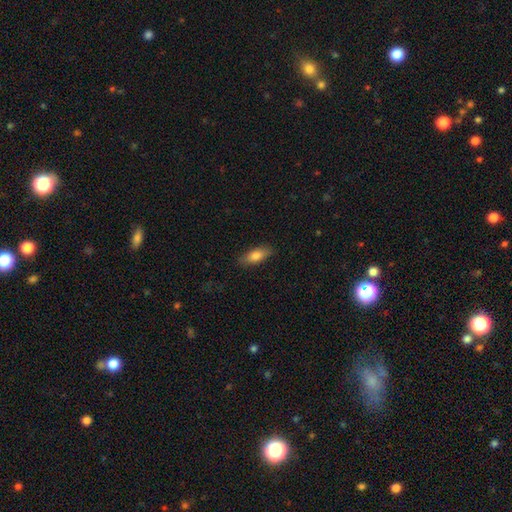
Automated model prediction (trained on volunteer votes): smooth-or-featured: smooth: 80% | featured or disk: 13% | star or artifact: 7%
  how-rounded: in between: 77% | cigar-shaped: 20% | round: 3%
  merging: none: 85% | minor disturbance: 11% | major disturbance: 3% | merger: 1%